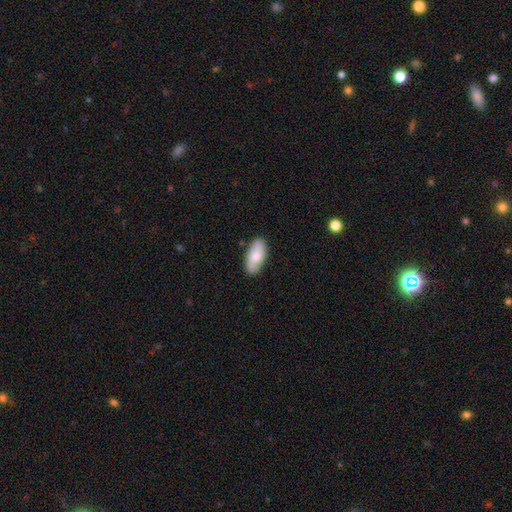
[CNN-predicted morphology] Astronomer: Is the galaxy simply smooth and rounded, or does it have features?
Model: smooth — 73%.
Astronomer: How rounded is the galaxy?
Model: in between — 91%.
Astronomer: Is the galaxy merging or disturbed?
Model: none — 84%.